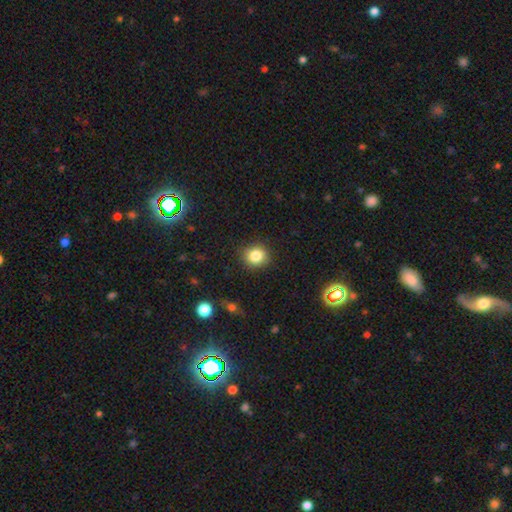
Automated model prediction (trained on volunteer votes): The model was most divided on "how rounded": round: 84%, in between: 15%, cigar-shaped: 1%. More confident: merging — none (89%); smooth or featured — smooth (83%).